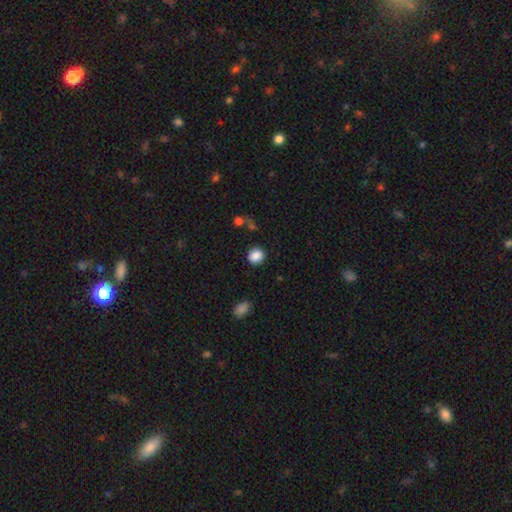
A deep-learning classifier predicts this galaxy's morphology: Overall: smooth (87%). How rounded: round (78%). Merging: none (87%).